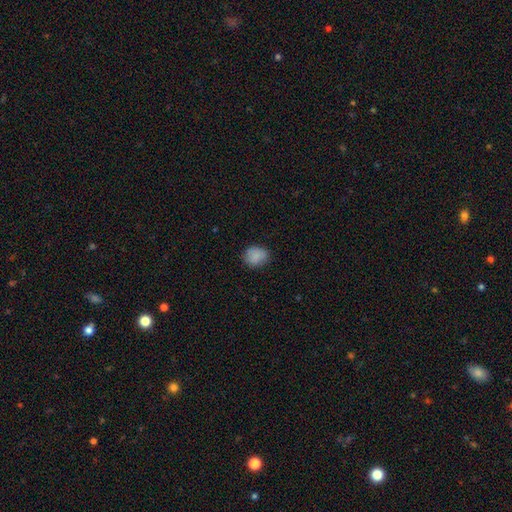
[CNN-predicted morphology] A smooth galaxy with no disk features (87%) that is round (61%). Merging: none (82%).